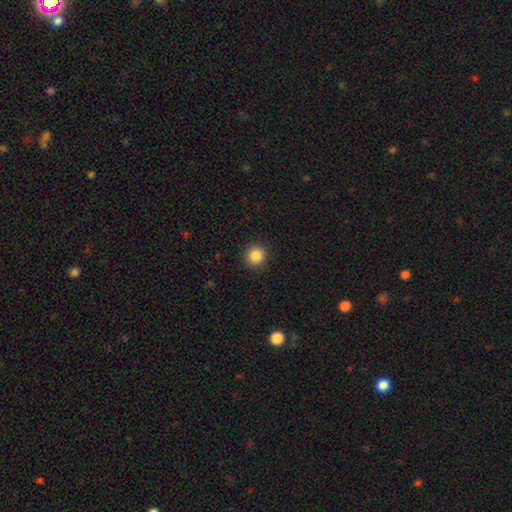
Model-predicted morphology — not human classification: This appears to be a smooth galaxy with no disk features (86%) that is round (94%). Merging: none (91%).